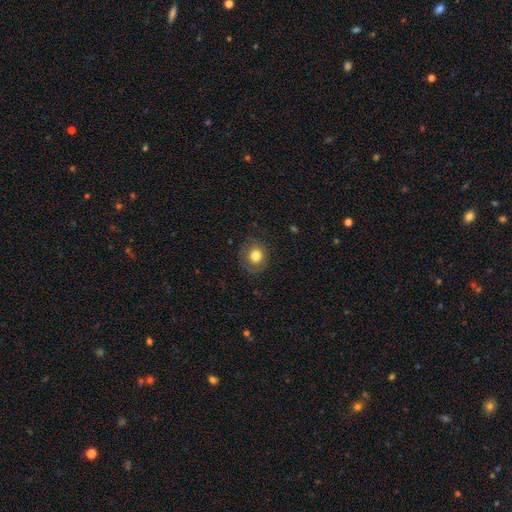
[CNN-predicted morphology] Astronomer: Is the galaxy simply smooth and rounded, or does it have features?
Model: smooth — 76%.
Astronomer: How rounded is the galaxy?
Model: round — 74%.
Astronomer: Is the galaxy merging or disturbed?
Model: none — 79%.